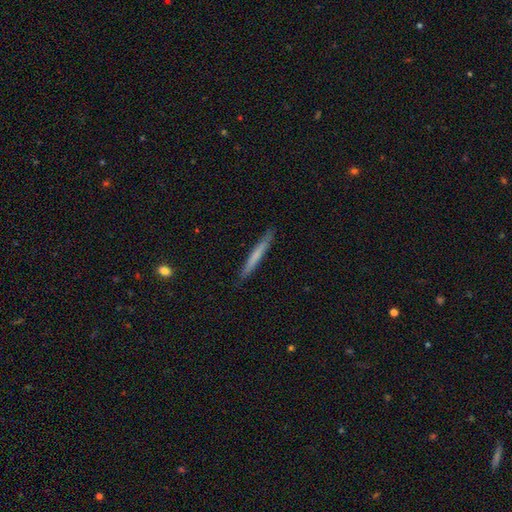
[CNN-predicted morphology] A smooth galaxy with no disk features (62%) that is cigar-shaped (97%).

Vote fractions:
- Smooth or featured? smooth: 62% / featured or disk: 33% / star or artifact: 6%
- How rounded? cigar-shaped: 97% / in between: 2% / round: 1%
- Merging? none: 89% / minor disturbance: 8% / major disturbance: 1% / merger: 1%